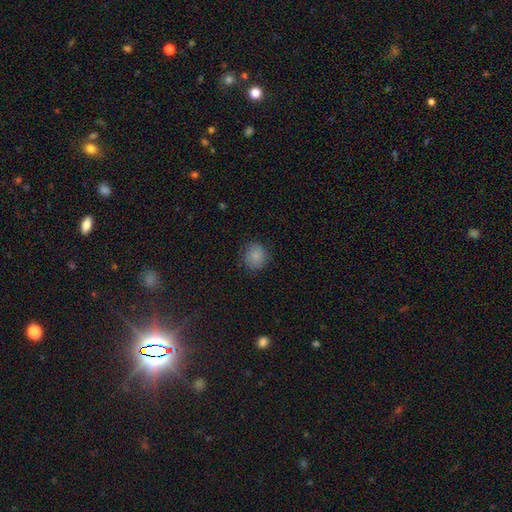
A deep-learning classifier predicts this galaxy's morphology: Q: Smooth or featured?
A: smooth (86%); runner-up: star or artifact (9%)
Q: How rounded?
A: round (88%); runner-up: in between (11%)
Q: Merging?
A: none (84%); runner-up: minor disturbance (12%)